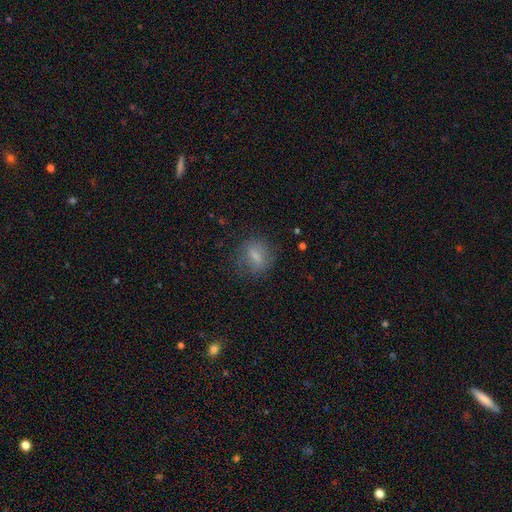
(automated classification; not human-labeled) smooth-or-featured: smooth: 66% | featured or disk: 24% | star or artifact: 10%
  how-rounded: in between: 46% (tied) | round: 46% (tied) | cigar-shaped: 8%
  merging: none: 73% | minor disturbance: 17% | major disturbance: 8% | merger: 2%